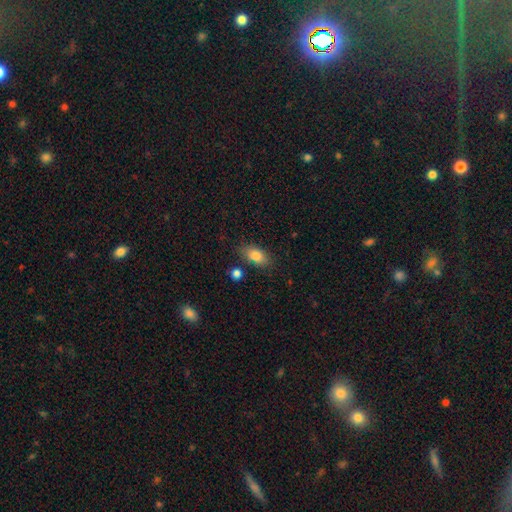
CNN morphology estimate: Overall: smooth (82%). How rounded: in between (85%). Merging: none (77%).